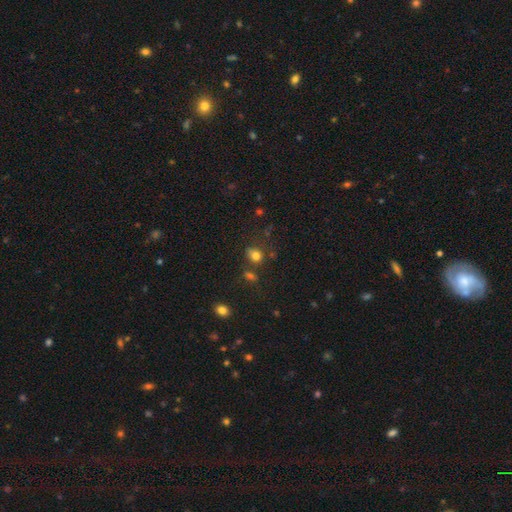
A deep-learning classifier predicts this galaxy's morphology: A smooth galaxy with no disk features (76%) that is round (56%). Merging: none (58%).